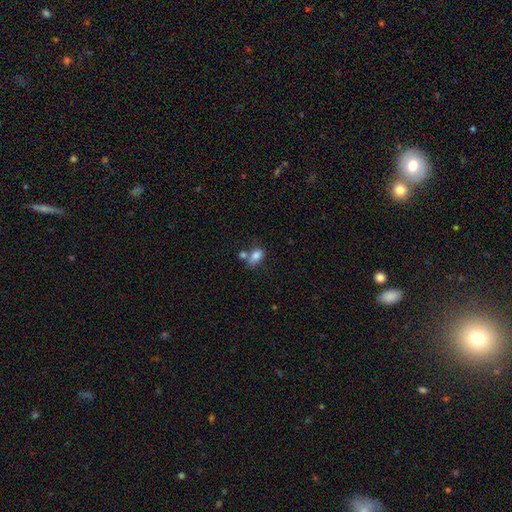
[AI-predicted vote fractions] The model was most divided on "merging": none: 42%, merger: 35%, minor disturbance: 16%, major disturbance: 7%. More confident: how rounded — in between (86%); smooth or featured — smooth (81%).